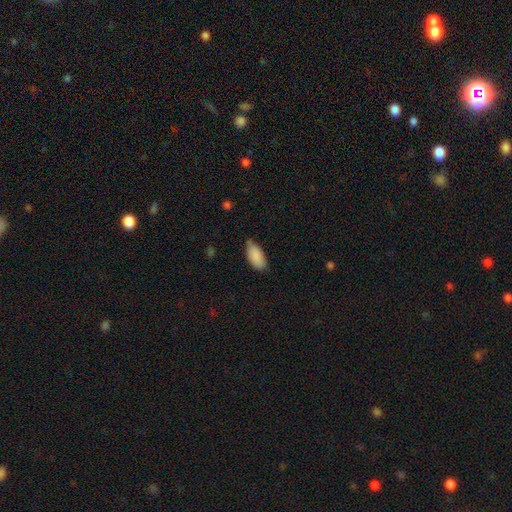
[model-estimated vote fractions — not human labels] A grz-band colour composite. It shows a smooth galaxy with no disk features (88%) that is in between round and cigar-shaped (92%). Merging: none (64%).